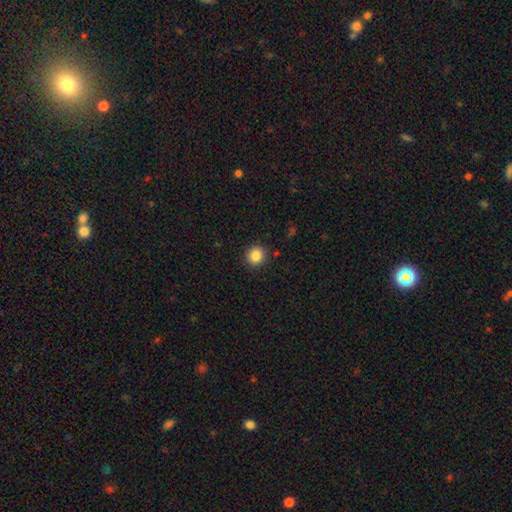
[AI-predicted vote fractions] This appears to be a smooth galaxy with no disk features (85%) that is round (92%). Merging: none (91%).